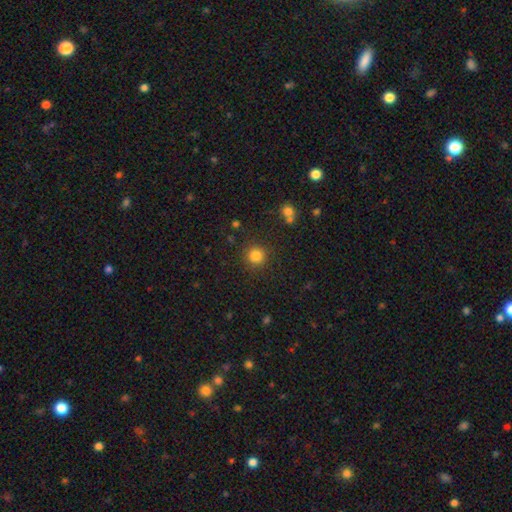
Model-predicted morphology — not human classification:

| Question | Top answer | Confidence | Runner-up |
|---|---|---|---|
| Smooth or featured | smooth | 83% | star or artifact (13%) |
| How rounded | round | 94% | in between (5%) |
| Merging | none | 88% | minor disturbance (7%) |